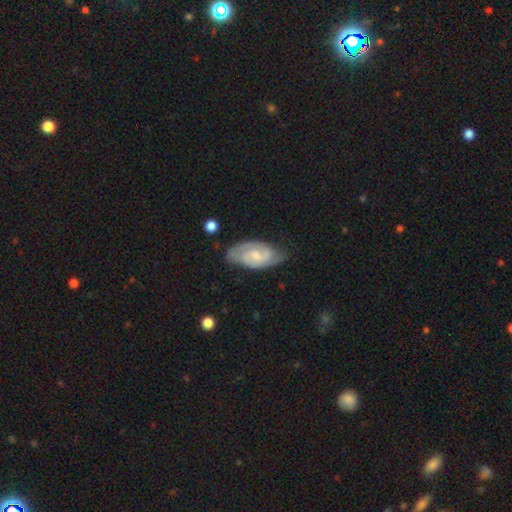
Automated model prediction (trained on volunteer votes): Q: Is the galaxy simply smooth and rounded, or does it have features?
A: featured or disk — 80%.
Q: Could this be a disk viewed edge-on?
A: no — 96%.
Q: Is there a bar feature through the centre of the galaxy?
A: weak — 52%.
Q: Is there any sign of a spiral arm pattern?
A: yes — 95%.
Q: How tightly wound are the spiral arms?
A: tight — 45%.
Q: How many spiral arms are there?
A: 2 — 84%.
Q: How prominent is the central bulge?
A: small — 50%.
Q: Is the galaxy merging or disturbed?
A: none — 73%.